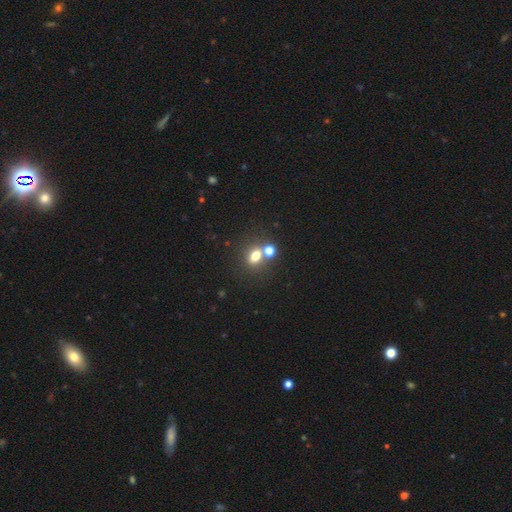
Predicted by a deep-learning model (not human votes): Smooth or featured? Predicted: smooth (p=0.73). How rounded? Predicted: round (p=0.50). Merging? Predicted: none (p=0.54).